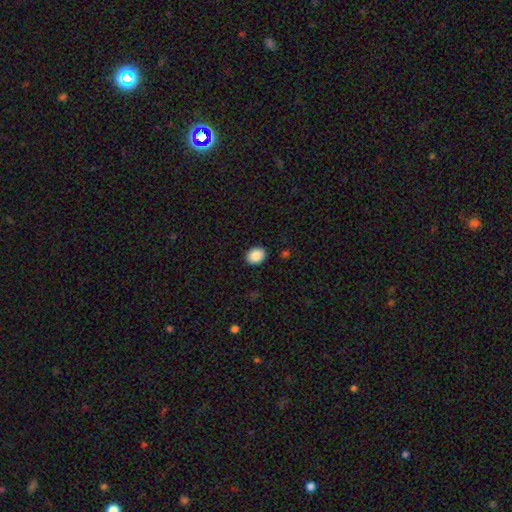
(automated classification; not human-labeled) Smooth or featured?
  - smooth: 87% *
  - star or artifact: 8%
  - featured or disk: 4%
How rounded?
  - round: 50% *
  - in between: 49%
  - cigar-shaped: 1%
Merging?
  - none: 90% *
  - minor disturbance: 7%
  - major disturbance: 2%
  - merger: 1%